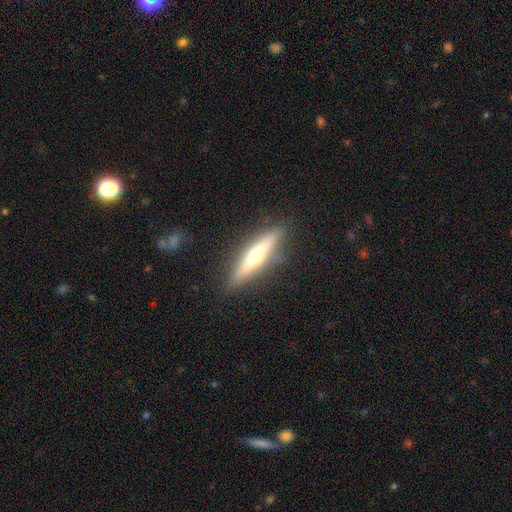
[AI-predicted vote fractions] A featured or disk galaxy (54%) viewed edge-on (93%) with a rounded central bulge (82%).

Vote fractions:
- Smooth or featured? featured or disk: 54% / smooth: 39% / star or artifact: 6%
- Edge-on disk? yes: 93% / no: 7%
- Edge-on bulge? rounded: 82% / none: 12% / boxy: 6%
- Merging? none: 87% / minor disturbance: 9% / major disturbance: 2% / merger: 1%